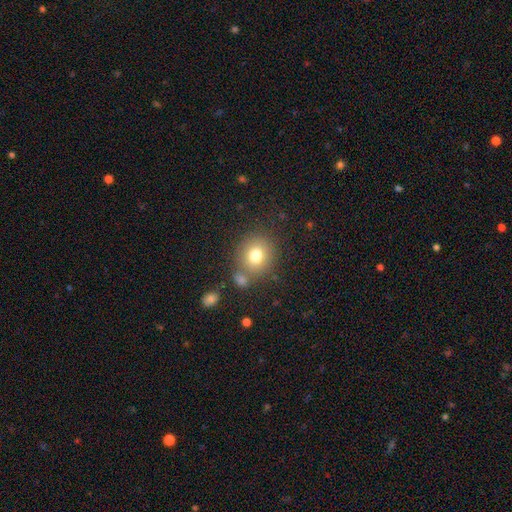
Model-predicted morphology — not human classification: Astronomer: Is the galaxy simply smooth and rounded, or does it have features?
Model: smooth — 77%.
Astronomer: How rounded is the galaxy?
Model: round — 82%.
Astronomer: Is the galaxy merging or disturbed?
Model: none — 71%.